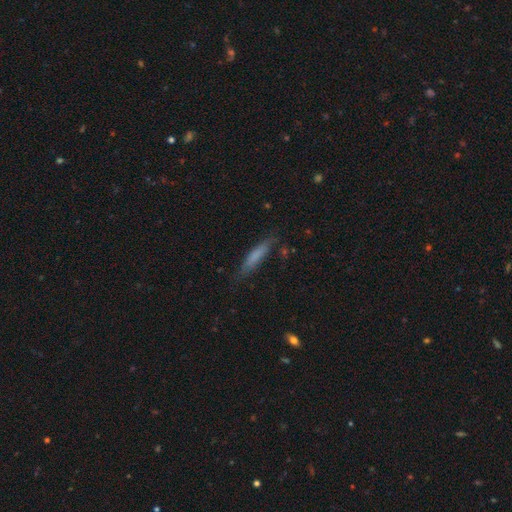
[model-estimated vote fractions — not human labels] The model was most divided on "smooth or featured": smooth: 71%, featured or disk: 22%, star or artifact: 7%. More confident: how rounded — cigar-shaped (85%); merging — none (77%).